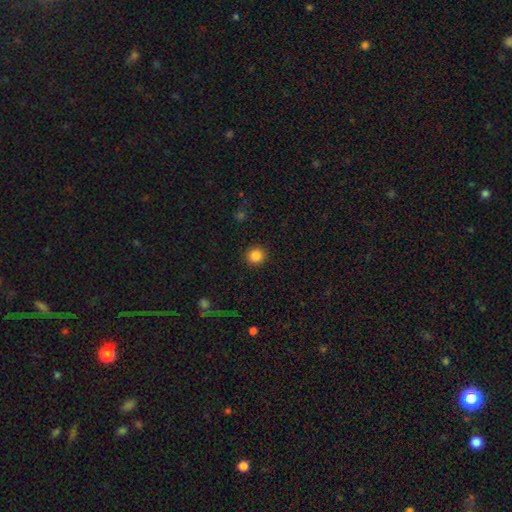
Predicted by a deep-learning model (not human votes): This appears to be a smooth galaxy with no disk features (85%) that is round (92%). Merging: none (91%).